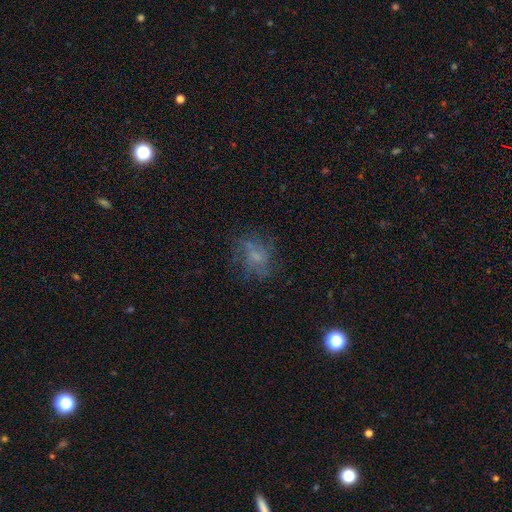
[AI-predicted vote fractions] This appears to be a featured or disk galaxy (44%). Merging: none (62%).